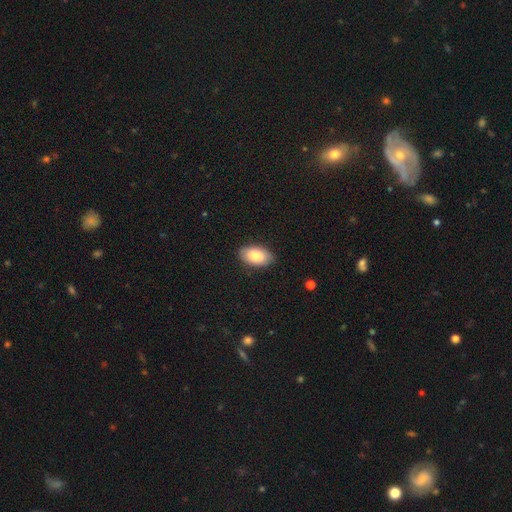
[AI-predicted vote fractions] smooth-or-featured: smooth: 84% | featured or disk: 10% | star or artifact: 6%
  how-rounded: in between: 95% | round: 4% | cigar-shaped: 2%
  merging: none: 86% | minor disturbance: 11% | major disturbance: 2% | merger: 1%